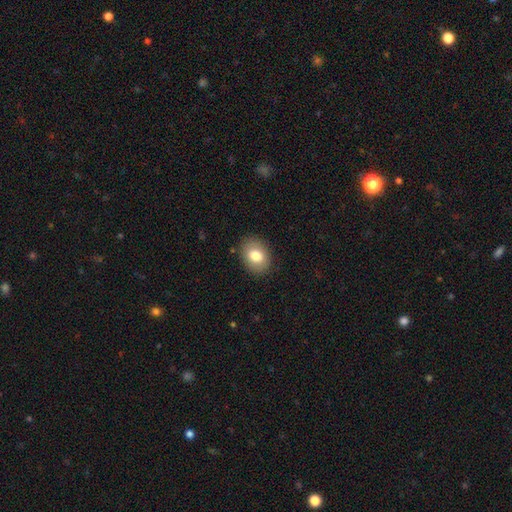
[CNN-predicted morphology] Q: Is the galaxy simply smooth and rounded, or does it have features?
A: smooth — 79%.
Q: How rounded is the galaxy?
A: in between — 65%.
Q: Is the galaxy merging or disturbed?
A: none — 87%.